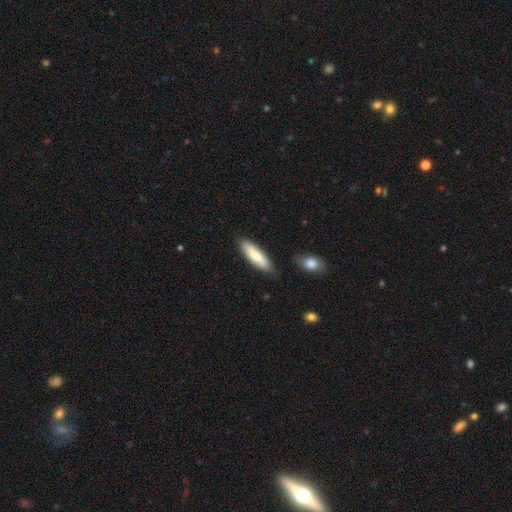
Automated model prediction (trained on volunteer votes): A smooth galaxy with no disk features (78%) that is cigar-shaped (56%).

Vote fractions:
- Smooth or featured? smooth: 78% / featured or disk: 17% / star or artifact: 5%
- How rounded? cigar-shaped: 56% / in between: 42% / round: 1%
- Merging? none: 82% / minor disturbance: 13% / merger: 3% / major disturbance: 2%